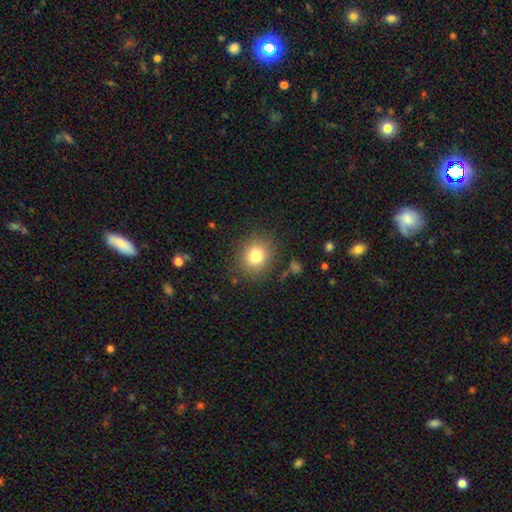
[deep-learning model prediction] Smooth or featured? Predicted: smooth (p=0.80). How rounded? Predicted: round (p=0.75). Merging? Predicted: none (p=0.85).